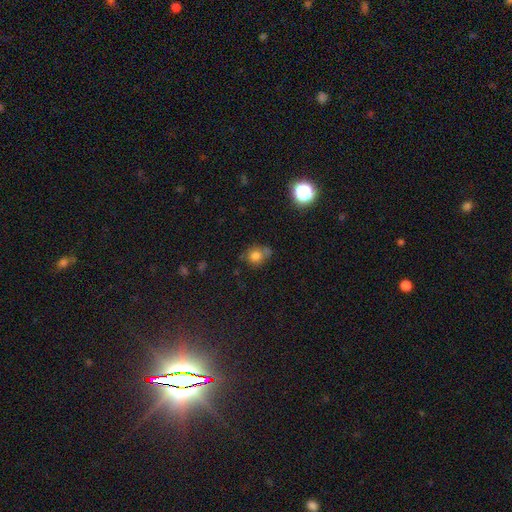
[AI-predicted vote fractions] The model was most divided on "merging": none: 57%, minor disturbance: 25%, merger: 10%, major disturbance: 8%. More confident: smooth or featured — smooth (76%); how rounded — round (69%).